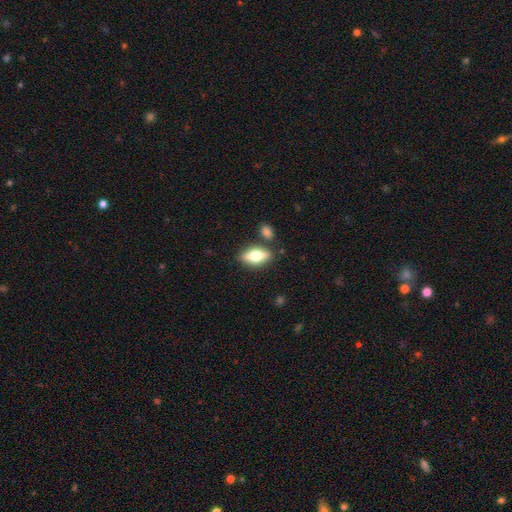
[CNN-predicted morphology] The model was most divided on "smooth or featured": smooth: 56%, featured or disk: 37%, star or artifact: 7%. More confident: merging — none (78%); how rounded — in between (78%).